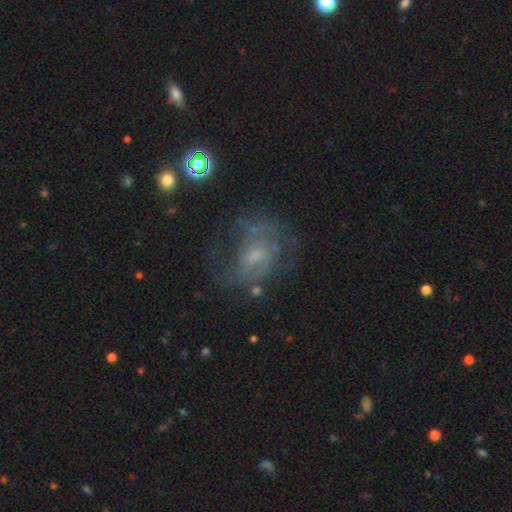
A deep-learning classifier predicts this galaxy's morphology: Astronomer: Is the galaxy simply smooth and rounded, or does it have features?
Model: featured or disk — 66%.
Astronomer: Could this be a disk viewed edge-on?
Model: no — 97%.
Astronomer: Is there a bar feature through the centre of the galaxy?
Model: no — 50% (runner-up: weak, 43%).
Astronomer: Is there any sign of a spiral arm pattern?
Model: yes — 72%.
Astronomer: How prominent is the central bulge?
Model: small — 47% (runner-up: moderate, 33%).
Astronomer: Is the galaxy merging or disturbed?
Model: none — 54%.